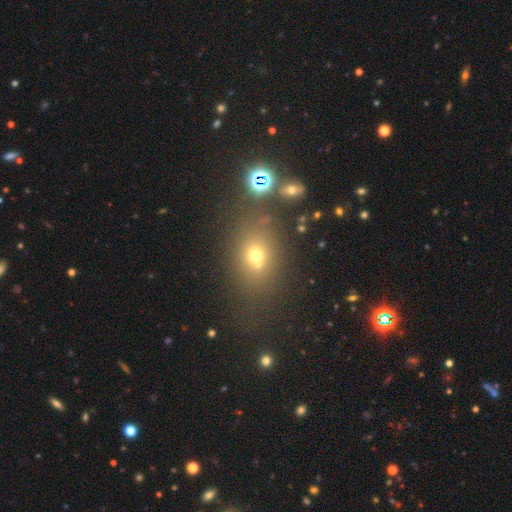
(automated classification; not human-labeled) Overall: smooth (58%; star or artifact 26%). How rounded: in between (50%; round 48%). Merging: none (58%; merger 23%).